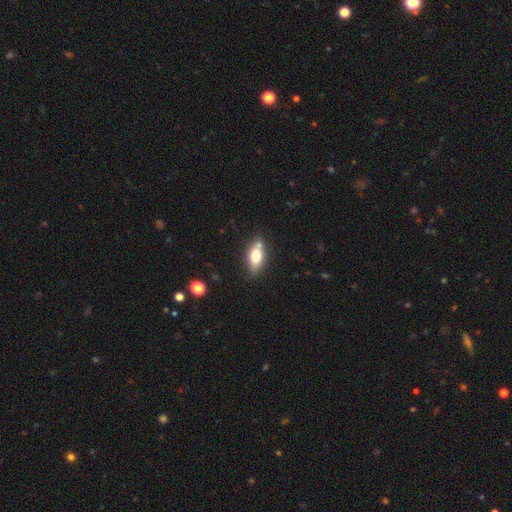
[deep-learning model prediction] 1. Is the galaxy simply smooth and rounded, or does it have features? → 66% smooth, 26% featured or disk, 8% star or artifact.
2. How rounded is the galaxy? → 79% in between, 15% cigar-shaped, 6% round.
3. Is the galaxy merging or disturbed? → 70% none, 16% minor disturbance, 10% merger, 4% major disturbance.